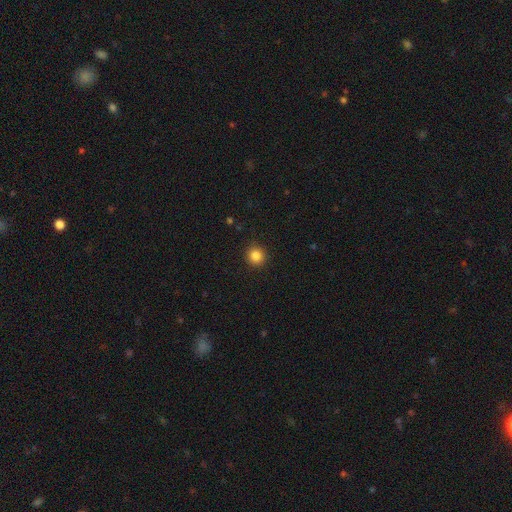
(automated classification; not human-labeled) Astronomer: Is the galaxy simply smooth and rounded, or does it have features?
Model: smooth — 85%.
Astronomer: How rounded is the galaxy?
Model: round — 93%.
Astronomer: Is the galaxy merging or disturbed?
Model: none — 92%.